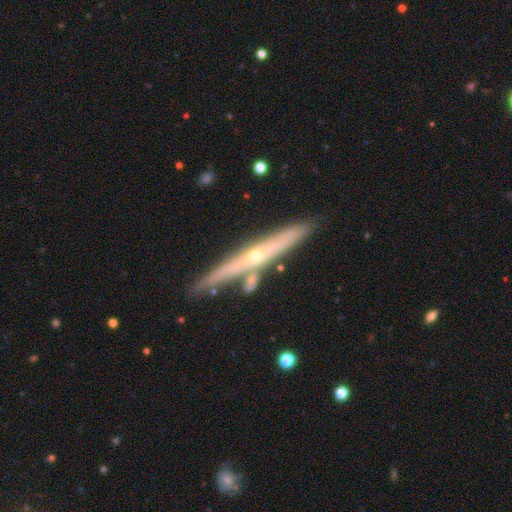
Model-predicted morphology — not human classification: type=featured or disk (73%); edge-on=yes (92%); edge-on bulge=rounded (72%); merging=none (78%).